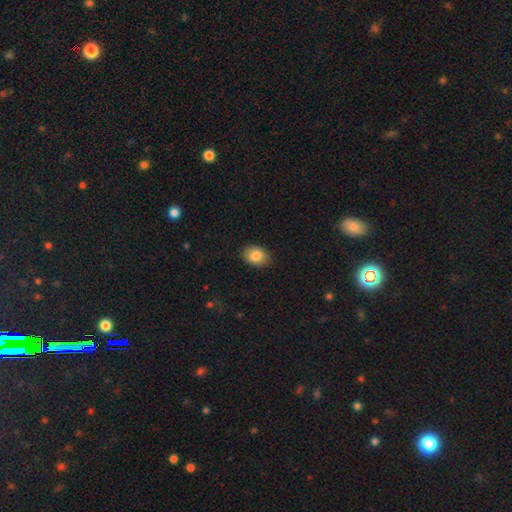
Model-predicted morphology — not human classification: type=smooth (85%); roundness=in between (77%); merging=none (87%).